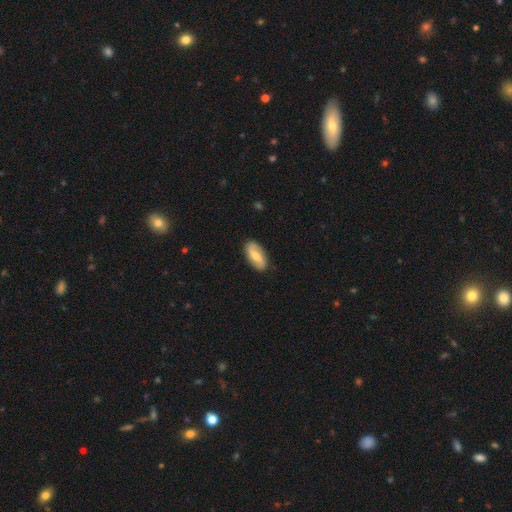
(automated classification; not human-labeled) Smooth or featured? Predicted: featured or disk (p=0.55). Edge-on disk? Predicted: no (p=0.93). Bar? Predicted: weak (p=0.45). Spiral arms? Predicted: yes (p=0.86). Bulge size? Predicted: moderate (p=0.52). Merging? Predicted: none (p=0.86).